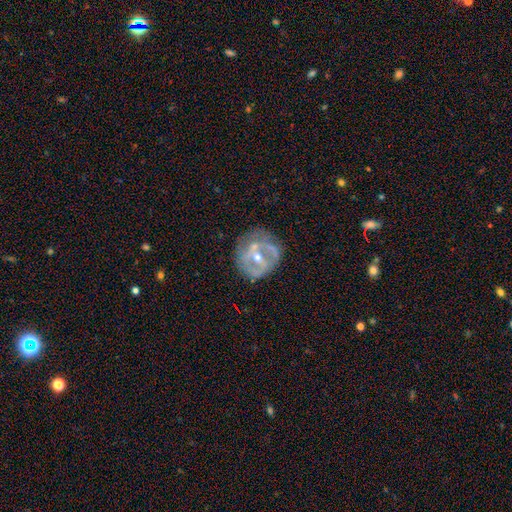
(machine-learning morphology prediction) Smooth or featured: featured or disk — 75% (smooth — 16%)
Edge-on disk: no — 96% (yes — 4%)
Bar: weak — 35% (tied with no — 35%)
Spiral arms: yes — 58% (no — 42%)
Bulge size: moderate — 52% (small — 44%)
Merging: none — 66% (minor disturbance — 19%)